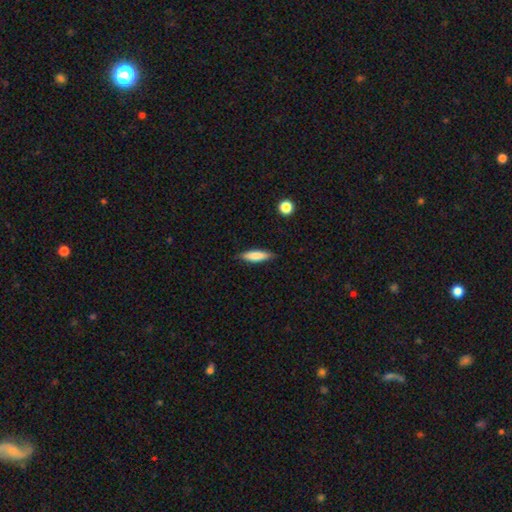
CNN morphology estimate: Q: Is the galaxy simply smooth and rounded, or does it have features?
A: smooth — 79%.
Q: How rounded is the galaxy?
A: cigar-shaped — 65%.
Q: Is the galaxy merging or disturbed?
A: none — 84%.